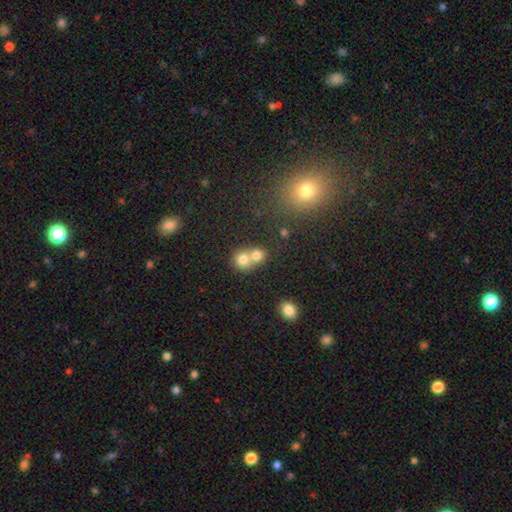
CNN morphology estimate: Smooth or featured? smooth (75%)
How rounded? round (78%)
Merging? merger (64%)